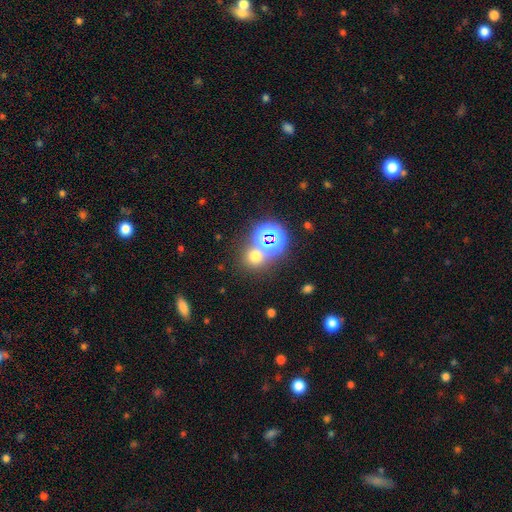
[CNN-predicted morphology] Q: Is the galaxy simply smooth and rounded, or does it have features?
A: smooth — 54%.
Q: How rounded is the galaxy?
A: round — 85%.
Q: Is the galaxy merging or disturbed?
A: none — 67%.